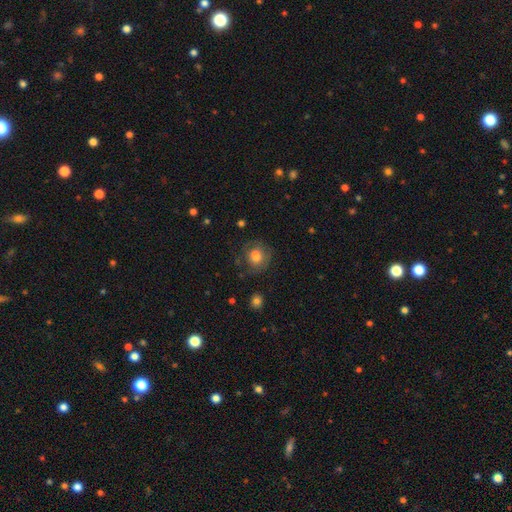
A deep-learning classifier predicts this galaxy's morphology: The model was most divided on "merging": none: 66%, minor disturbance: 21%, major disturbance: 12%, merger: 2%. More confident: how rounded — round (77%); smooth or featured — smooth (69%).